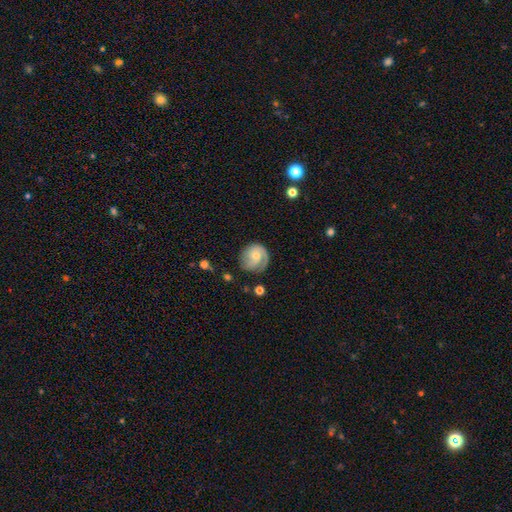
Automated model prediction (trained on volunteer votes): Smooth or featured?
  - featured or disk: 64% *
  - smooth: 29%
  - star or artifact: 6%
Edge-on disk?
  - no: 98% *
  - yes: 2%
Bar?
  - no: 69% *
  - weak: 27%
  - strong: 4%
Spiral arms?
  - yes: 91% *
  - no: 9%
Spiral winding?
  - tight: 52% *
  - medium: 34%
  - loose: 14%
Spiral arm count?
  - 2: 38% *
  - 1: 33%
  - can't tell: 17%
  - 3: 8%
  - 4: 2%
  - more than 4: 2%
Bulge size?
  - small: 53% *
  - moderate: 38%
  - none: 5%
  - large: 3%
  - dominant: 1%
Merging?
  - none: 66% *
  - minor disturbance: 22%
  - major disturbance: 10%
  - merger: 2%